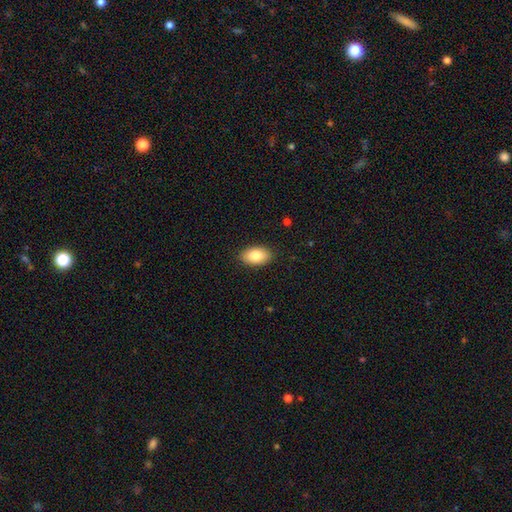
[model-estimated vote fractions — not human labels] smooth 84%, featured or disk 10%, star or artifact 7%. Down the decision tree: how rounded — in between (93%); merging — none (89%).